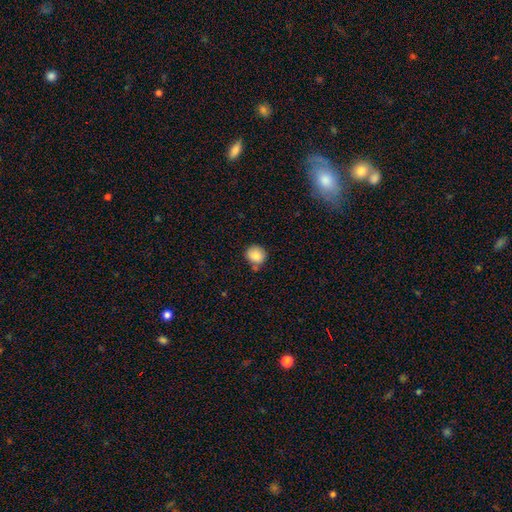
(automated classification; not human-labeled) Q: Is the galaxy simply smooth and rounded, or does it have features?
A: smooth — 85%.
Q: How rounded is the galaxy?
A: round — 84%.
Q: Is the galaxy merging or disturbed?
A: none — 72%.